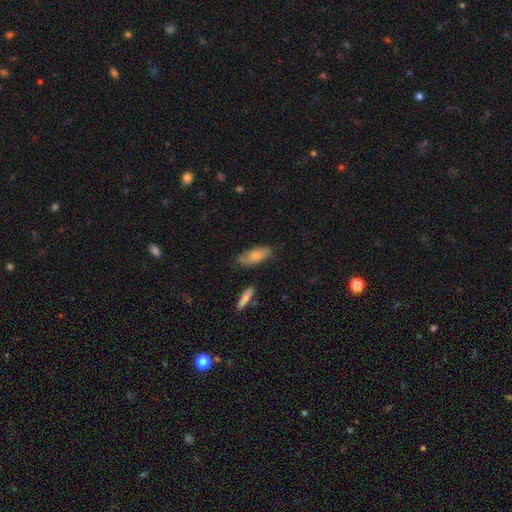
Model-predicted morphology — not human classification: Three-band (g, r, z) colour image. It shows a smooth galaxy with no disk features (73%) that is in between round and cigar-shaped (79%). Merging: none (69%).